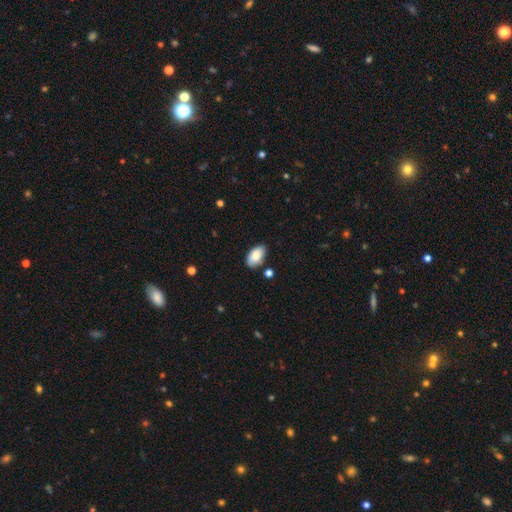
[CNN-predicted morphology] The model was most divided on "merging": none: 81%, minor disturbance: 13%, merger: 3%, major disturbance: 2%. More confident: how rounded — in between (95%); smooth or featured — smooth (85%).